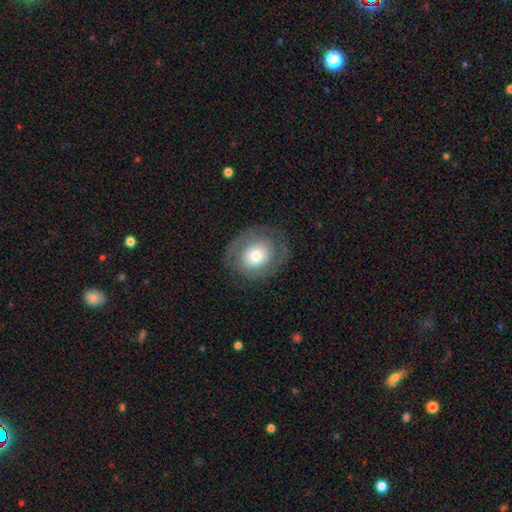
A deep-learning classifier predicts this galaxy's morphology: featured or disk 58%, smooth 35%, star or artifact 7%. Down the decision tree: edge-on disk — no (96%); bar — no (82%); spiral arms — yes (68%); bulge size — moderate (56%); merging — none (80%).